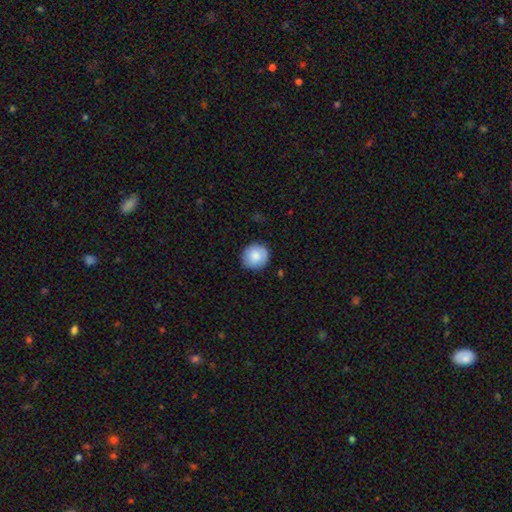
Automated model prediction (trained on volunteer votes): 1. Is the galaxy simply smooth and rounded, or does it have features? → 84% smooth, 9% featured or disk, 7% star or artifact.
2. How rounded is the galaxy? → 92% round, 7% in between, 1% cigar-shaped.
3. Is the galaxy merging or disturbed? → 87% none, 10% minor disturbance, 2% major disturbance, 1% merger.